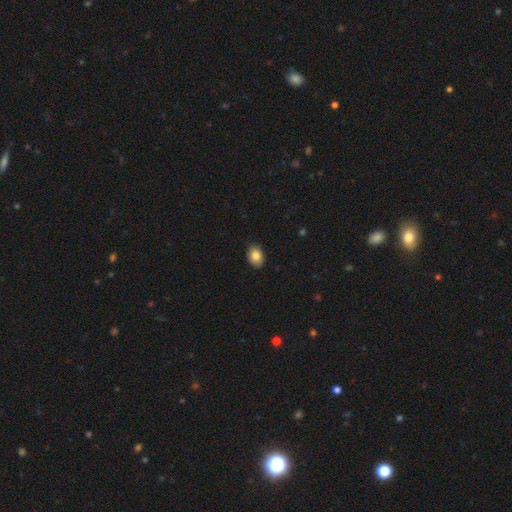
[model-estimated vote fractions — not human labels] Smooth or featured?
  - smooth: 85% *
  - star or artifact: 8%
  - featured or disk: 7%
How rounded?
  - in between: 75% *
  - round: 24%
  - cigar-shaped: 1%
Merging?
  - none: 87% *
  - minor disturbance: 10%
  - major disturbance: 2%
  - merger: 1%